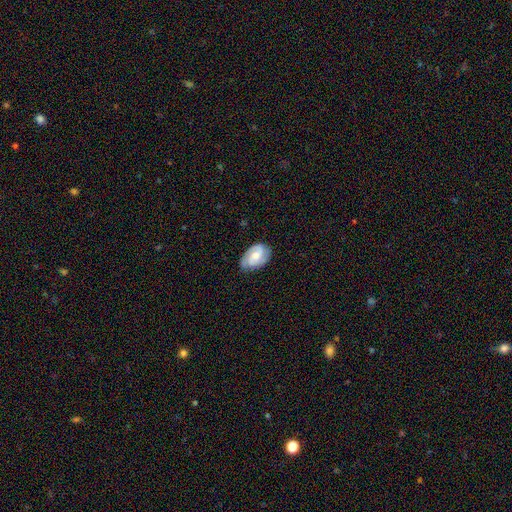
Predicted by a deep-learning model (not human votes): smooth_or_featured: featured or disk (p=0.71) [alt: smooth p=0.23]
disk_edge_on: no (p=0.97) [alt: yes p=0.03]
bar: no (p=0.49) [alt: weak p=0.42]
has_spiral_arms: yes (p=0.94) [alt: no p=0.06]
spiral_winding: tight (p=0.48) [alt: medium p=0.41]
spiral_arm_count: 2 (p=0.75) [alt: can't tell p=0.11]
bulge_size: moderate (p=0.50) [alt: small p=0.35]
merging: none (p=0.75) [alt: minor disturbance p=0.19]